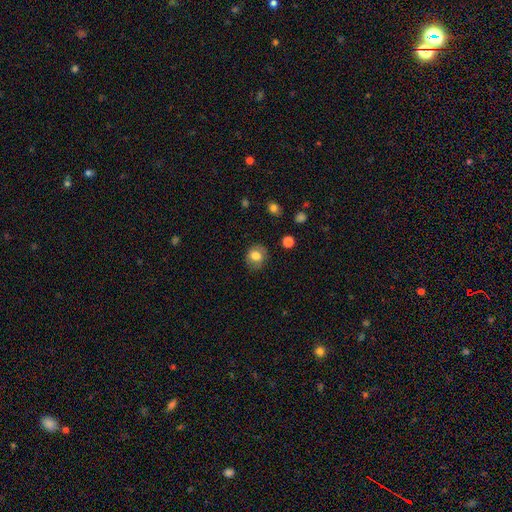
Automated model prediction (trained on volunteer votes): Smooth or featured? Predicted: smooth (p=0.76). How rounded? Predicted: round (p=0.74). Merging? Predicted: none (p=0.79).